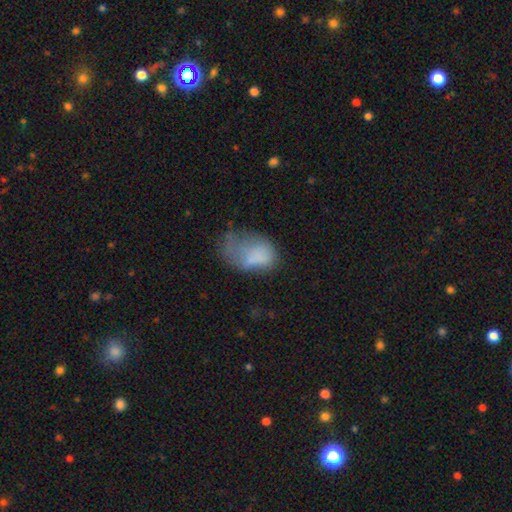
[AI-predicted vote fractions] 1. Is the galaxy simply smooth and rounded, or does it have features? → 67% smooth, 22% featured or disk, 11% star or artifact.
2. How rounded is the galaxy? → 83% in between, 15% round, 1% cigar-shaped.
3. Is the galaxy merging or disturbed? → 42% major disturbance, 28% minor disturbance, 21% none, 8% merger.